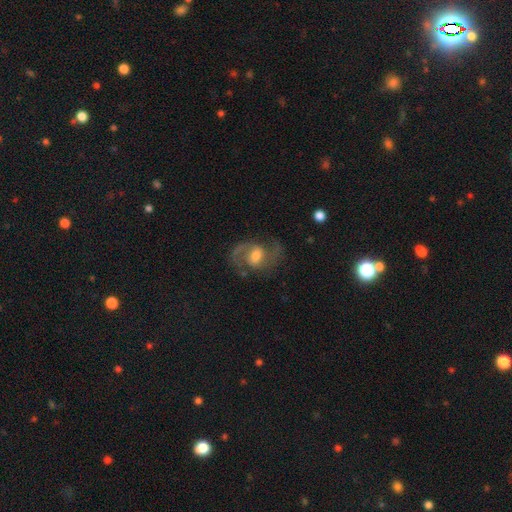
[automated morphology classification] type=featured or disk (82%); edge-on=no (98%); bar=weak (50%); spiral arms=yes (94%); winding=medium (55%); arm count=2 (88%); bulge=moderate (59%); merging=none (68%).